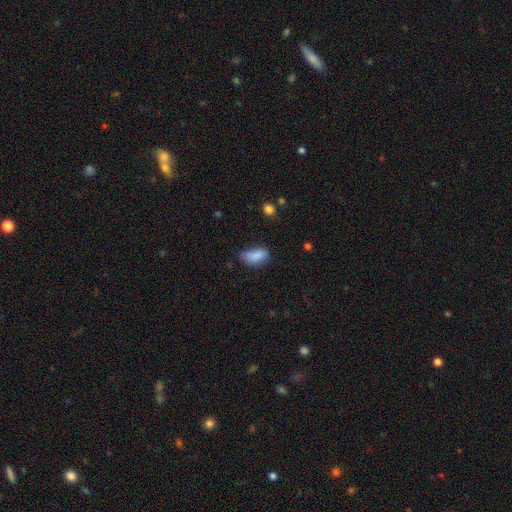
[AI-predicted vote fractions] The model was most divided on "merging": none: 47%, minor disturbance: 37%, major disturbance: 12%, merger: 4%. More confident: how rounded — in between (89%); smooth or featured — smooth (83%).